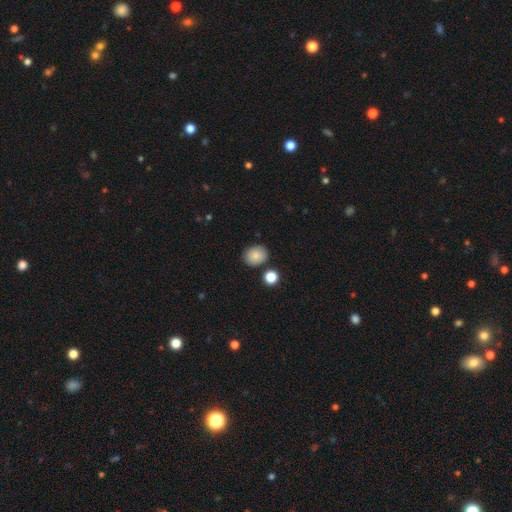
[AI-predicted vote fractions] Smooth or featured? smooth (86%)
How rounded? round (57%)
Merging? none (83%)